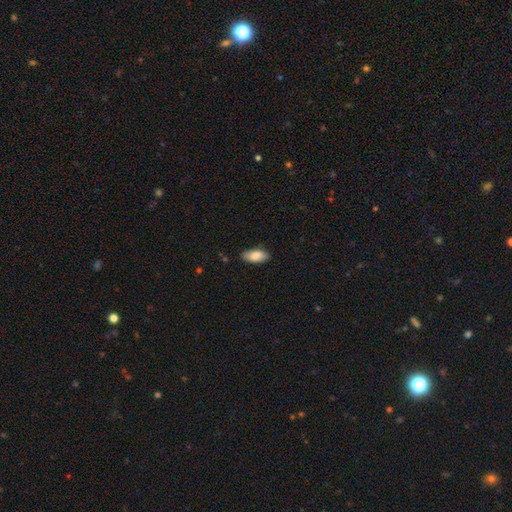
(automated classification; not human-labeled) smooth_or_featured: smooth (p=0.86) [alt: featured or disk p=0.08]
how_rounded: in between (p=0.89) [alt: cigar-shaped p=0.09]
merging: none (p=0.85) [alt: minor disturbance p=0.12]